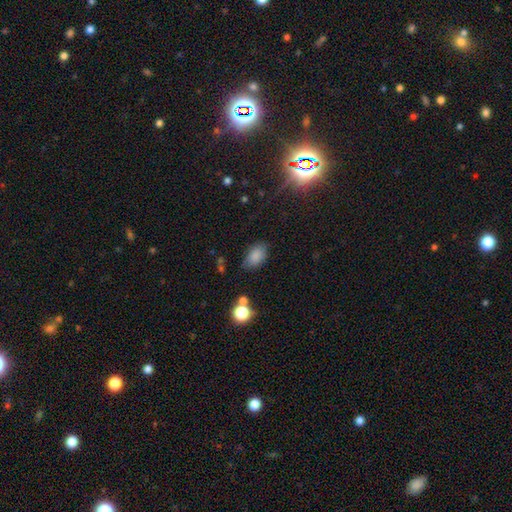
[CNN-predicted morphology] This is clearly a smooth galaxy (83%). How rounded: clearly in between (91%). Merging: likely none (75%).